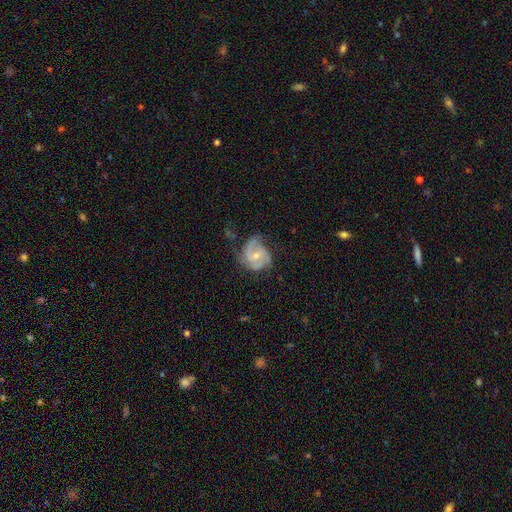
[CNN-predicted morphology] Smooth or featured?
  - featured or disk: 77% *
  - smooth: 17%
  - star or artifact: 6%
Edge-on disk?
  - no: 98% *
  - yes: 2%
Bar?
  - no: 53% *
  - weak: 39%
  - strong: 8%
Spiral arms?
  - yes: 93% *
  - no: 7%
Spiral winding?
  - medium: 47% *
  - tight: 34%
  - loose: 19%
Spiral arm count?
  - 2: 44% *
  - 3: 29%
  - can't tell: 15%
  - 1: 5%
  - 4: 4%
  - more than 4: 3%
Bulge size?
  - small: 53% *
  - moderate: 43%
  - none: 2%
  - large: 1%
  - dominant: 1%
Merging?
  - none: 53% *
  - minor disturbance: 28%
  - major disturbance: 17%
  - merger: 2%